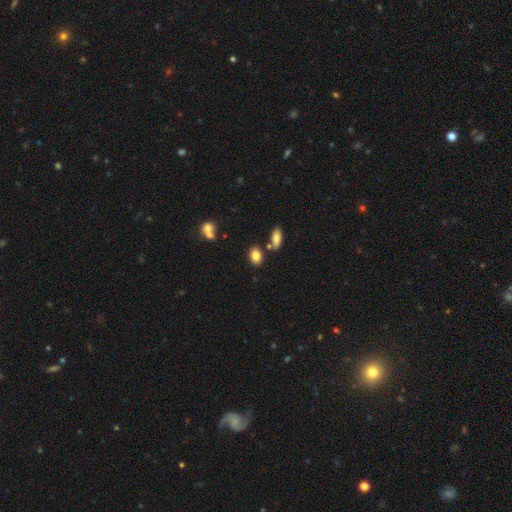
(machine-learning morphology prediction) A smooth galaxy with no disk features (83%) that is in between round and cigar-shaped (70%).

Vote fractions:
- Smooth or featured? smooth: 83% / star or artifact: 10% / featured or disk: 8%
- How rounded? in between: 70% / round: 29% / cigar-shaped: 2%
- Merging? none: 75% / minor disturbance: 12% / merger: 10% / major disturbance: 3%